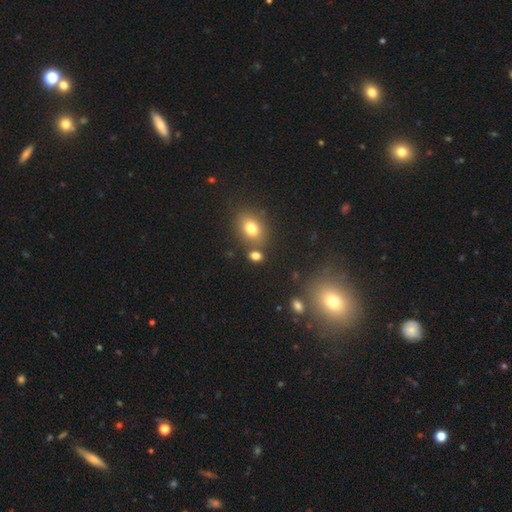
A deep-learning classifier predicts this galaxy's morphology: Smooth or featured: smooth — 77% (star or artifact — 15%)
How rounded: in between — 60% (round — 37%)
Merging: none — 70% (merger — 15%)